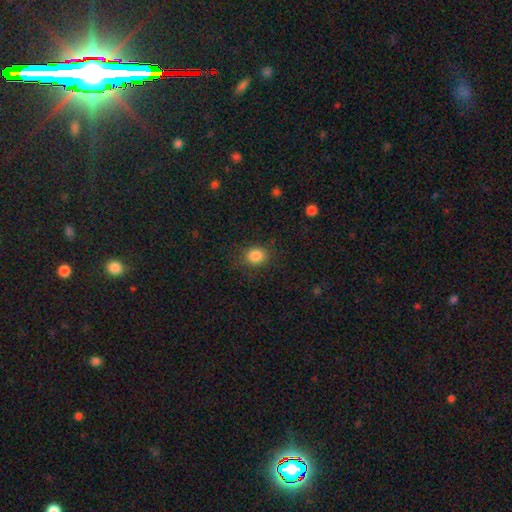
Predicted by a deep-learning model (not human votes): This appears to be a smooth galaxy with no disk features (85%) that is round (65%). Merging: none (82%).